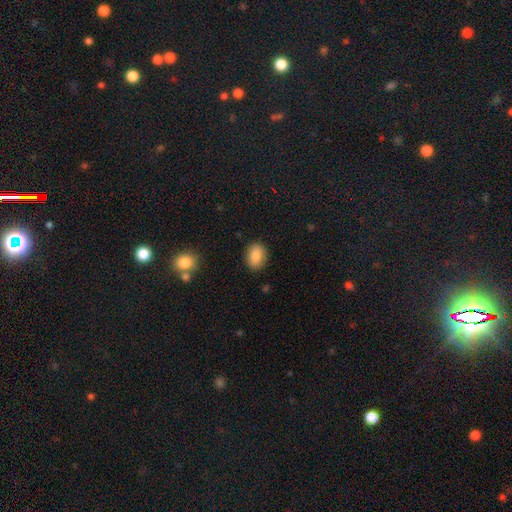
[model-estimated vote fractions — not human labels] Smooth or featured: smooth — 86% (star or artifact — 8%)
How rounded: in between — 60% (round — 39%)
Merging: none — 88% (minor disturbance — 8%)